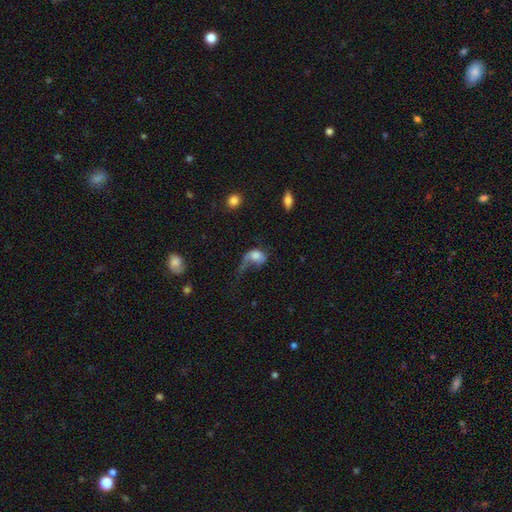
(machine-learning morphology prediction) smooth 56%, featured or disk 35%, star or artifact 10%. Down the decision tree: how rounded — in between (66%); merging — major disturbance (62%).